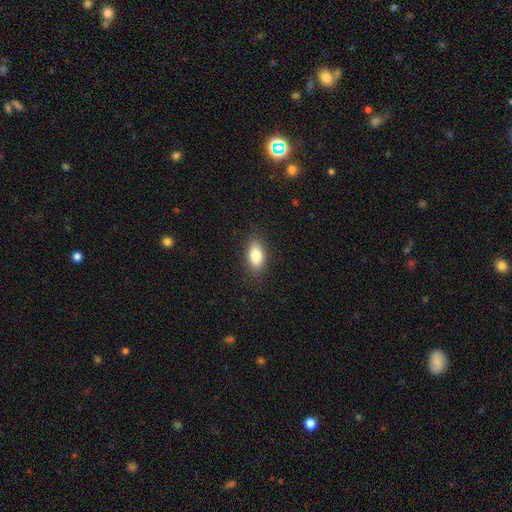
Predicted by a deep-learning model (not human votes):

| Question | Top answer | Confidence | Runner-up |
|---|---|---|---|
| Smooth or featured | smooth | 83% | featured or disk (9%) |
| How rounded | in between | 89% | round (6%) |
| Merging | none | 86% | minor disturbance (10%) |